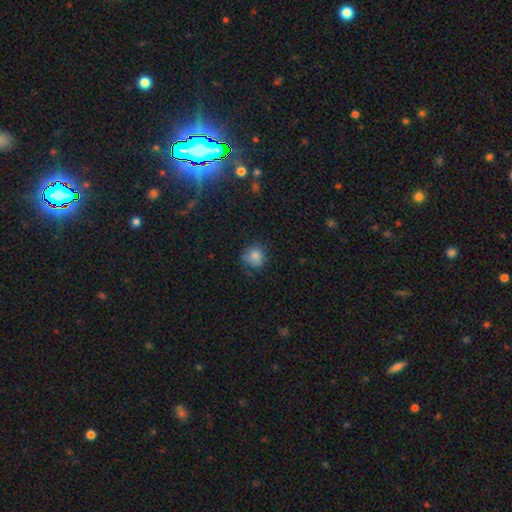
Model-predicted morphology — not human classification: Overall: smooth (81%). How rounded: round (77%). Merging: none (66%).